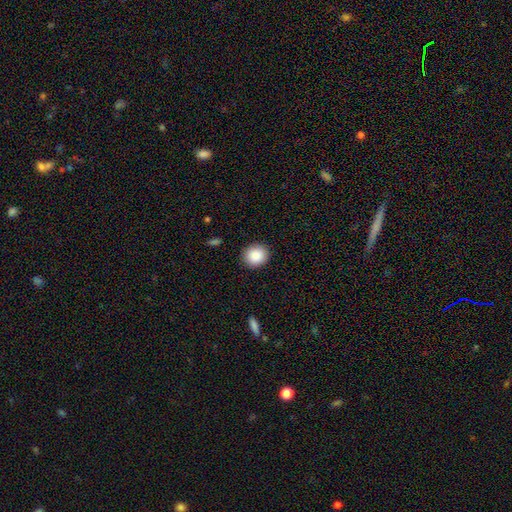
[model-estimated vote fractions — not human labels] This is clearly a smooth galaxy (89%). How rounded: likely round (76%). Merging: clearly none (90%).